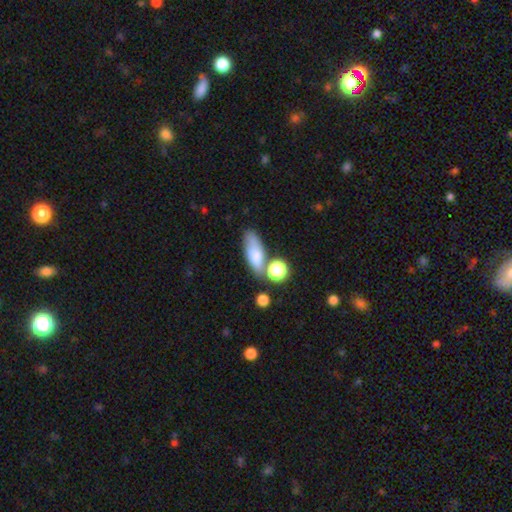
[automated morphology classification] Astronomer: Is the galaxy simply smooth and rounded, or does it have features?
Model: smooth — 74%.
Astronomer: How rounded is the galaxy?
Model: in between — 67%.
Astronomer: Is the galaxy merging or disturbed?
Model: none — 53%.